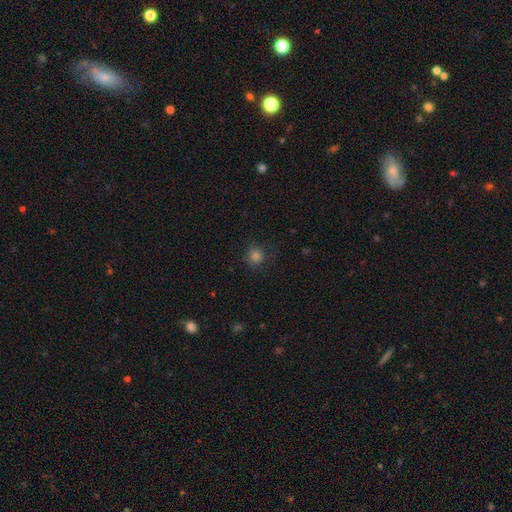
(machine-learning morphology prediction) Q: Smooth or featured?
A: smooth (78%); runner-up: star or artifact (17%)
Q: How rounded?
A: round (92%); runner-up: in between (7%)
Q: Merging?
A: none (86%); runner-up: minor disturbance (10%)